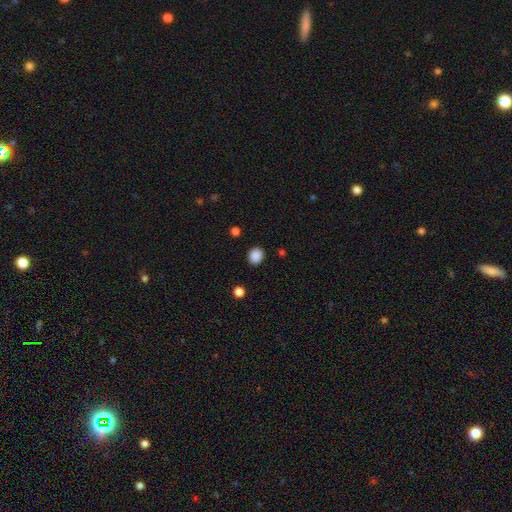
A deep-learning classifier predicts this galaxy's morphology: A smooth galaxy with no disk features (87%) that is round (71%). Merging: none (88%).